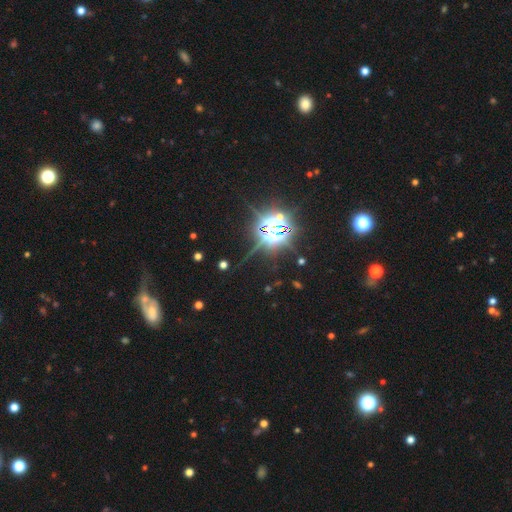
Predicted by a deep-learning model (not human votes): This appears to be a star or artifact, not a galaxy (77%).